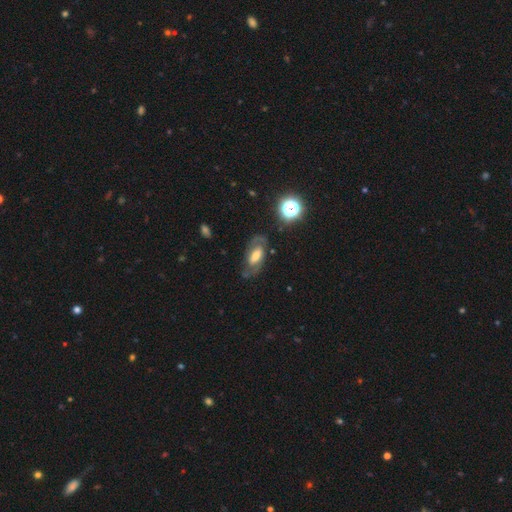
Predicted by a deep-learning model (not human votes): Q: Smooth or featured?
A: featured or disk (70%); runner-up: smooth (21%)
Q: Edge-on disk?
A: no (92%); runner-up: yes (8%)
Q: Bar?
A: weak (44%); runner-up: no (34%)
Q: Spiral arms?
A: yes (85%); runner-up: no (15%)
Q: Spiral winding?
A: medium (50%); runner-up: tight (30%)
Q: Spiral arm count?
A: 2 (82%); runner-up: can't tell (11%)
Q: Bulge size?
A: moderate (42%); runner-up: large (30%)
Q: Merging?
A: none (72%); runner-up: minor disturbance (17%)